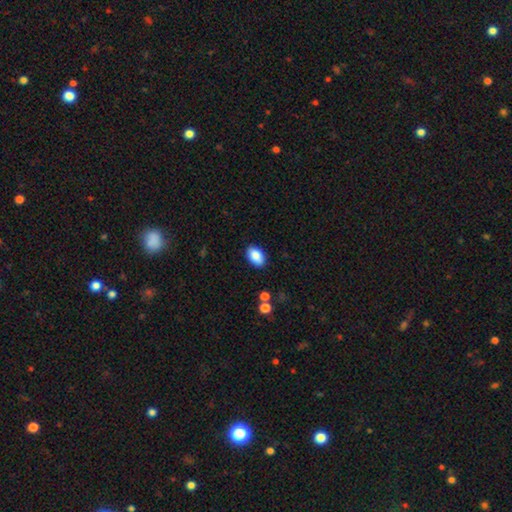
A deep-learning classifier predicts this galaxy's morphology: Smooth or featured? Predicted: smooth (p=0.86). How rounded? Predicted: in between (p=0.91). Merging? Predicted: none (p=0.86).